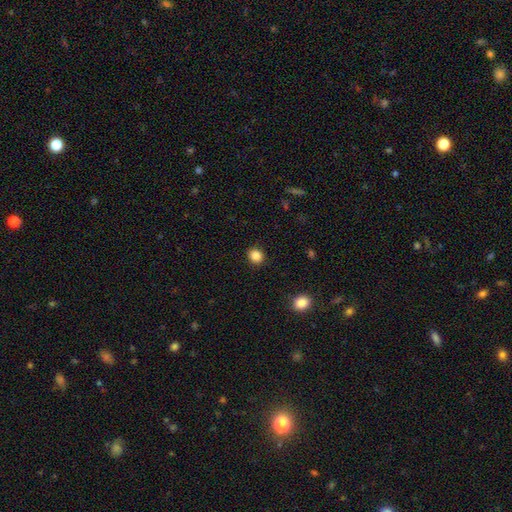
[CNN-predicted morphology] Q: Smooth or featured?
A: smooth (86%); runner-up: star or artifact (11%)
Q: How rounded?
A: round (81%); runner-up: in between (19%)
Q: Merging?
A: none (91%); runner-up: minor disturbance (6%)